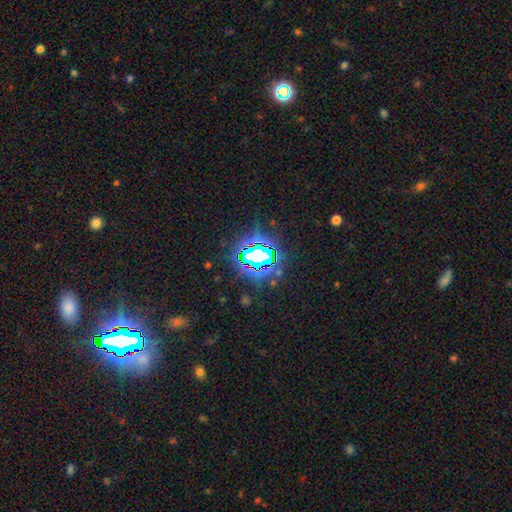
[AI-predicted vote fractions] A star or artifact, not a galaxy (76%).